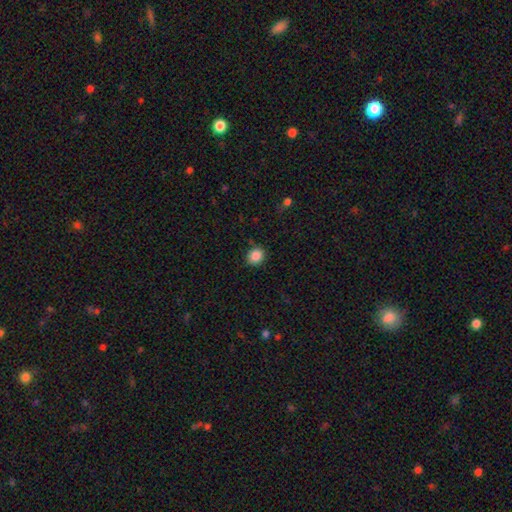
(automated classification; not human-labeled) Morphology: type=smooth (87%); roundness=round (71%); merging=none (87%).